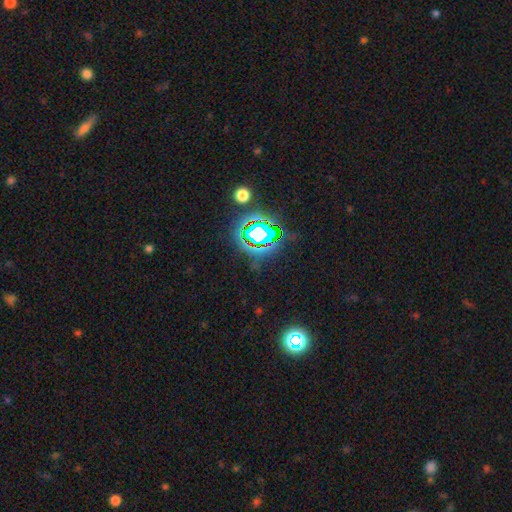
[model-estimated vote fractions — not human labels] Smooth or featured? star or artifact (78%)